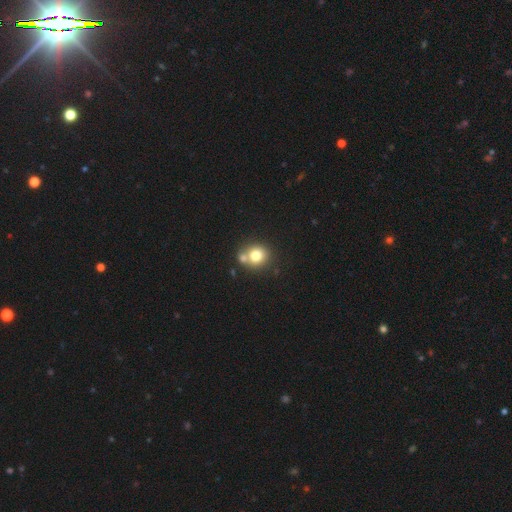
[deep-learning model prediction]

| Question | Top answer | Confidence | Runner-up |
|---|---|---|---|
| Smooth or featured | smooth | 75% | featured or disk (14%) |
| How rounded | round | 82% | in between (17%) |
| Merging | none | 53% | merger (35%) |